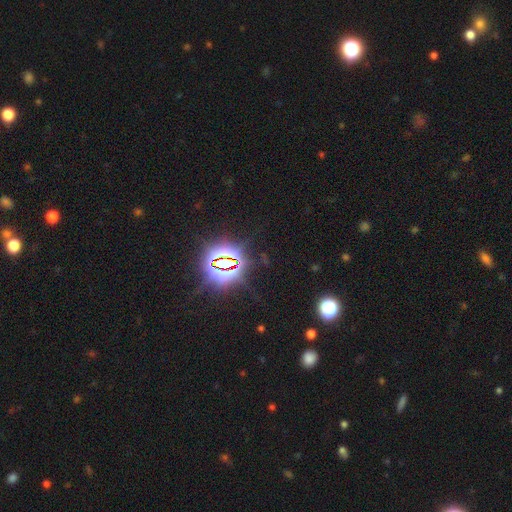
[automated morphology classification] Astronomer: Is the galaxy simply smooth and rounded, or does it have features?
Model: star or artifact — 84%.